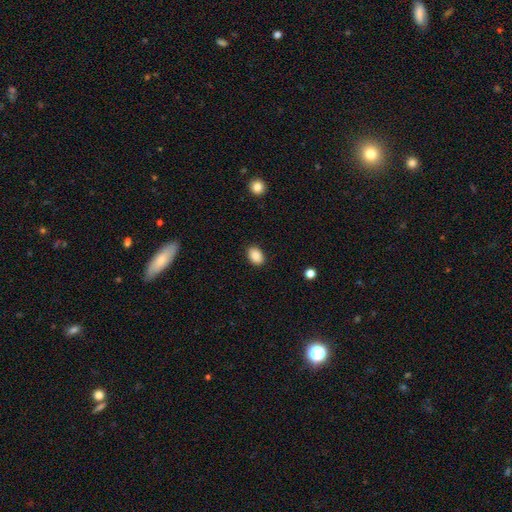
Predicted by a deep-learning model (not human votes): Smooth or featured: smooth — 89% (star or artifact — 8%)
How rounded: in between — 80% (round — 19%)
Merging: none — 89% (minor disturbance — 8%)